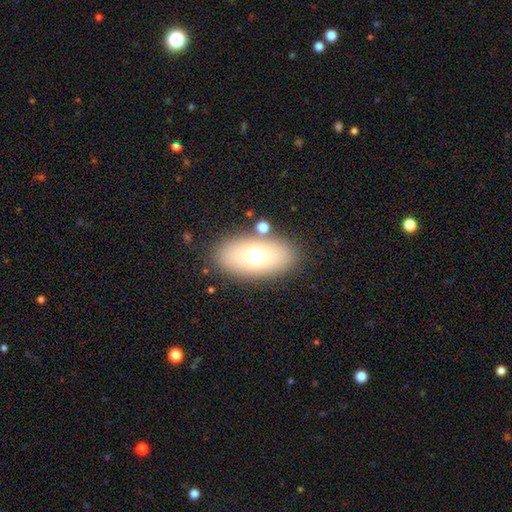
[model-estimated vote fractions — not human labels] The model was most divided on "smooth or featured": smooth: 64%, featured or disk: 22%, star or artifact: 14%. More confident: how rounded — in between (83%); merging — none (80%).